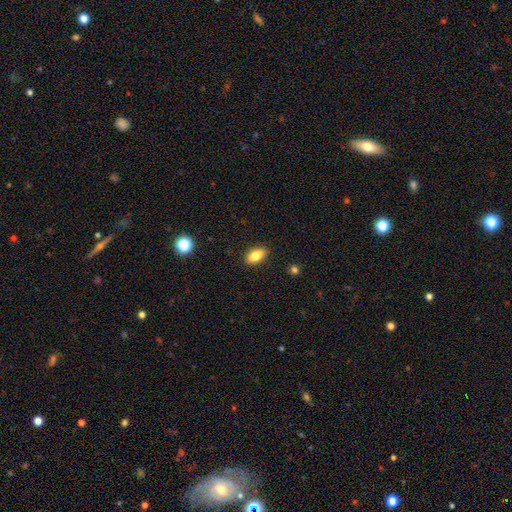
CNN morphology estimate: Smooth or featured? smooth (77%)
How rounded? in between (86%)
Merging? none (89%)